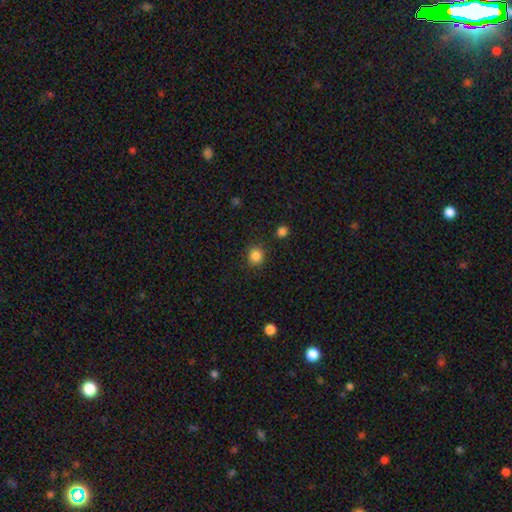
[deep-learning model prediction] Smooth or featured: smooth — 85% (star or artifact — 11%)
How rounded: round — 88% (in between — 11%)
Merging: none — 88% (minor disturbance — 7%)